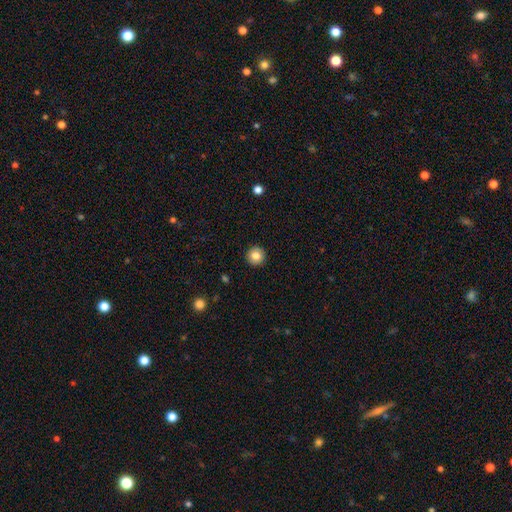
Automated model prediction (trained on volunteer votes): A smooth galaxy with no disk features (82%) that is round (94%). Merging: none (92%).